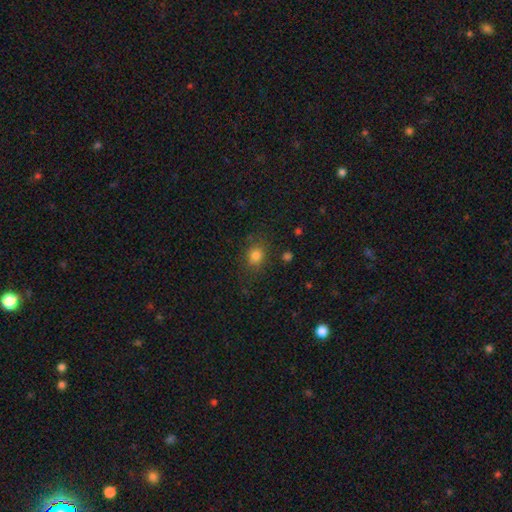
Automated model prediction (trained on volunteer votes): smooth_or_featured: smooth (p=0.80) [alt: star or artifact p=0.13]
how_rounded: round (p=0.62) [alt: in between p=0.37]
merging: none (p=0.80) [alt: minor disturbance p=0.13]